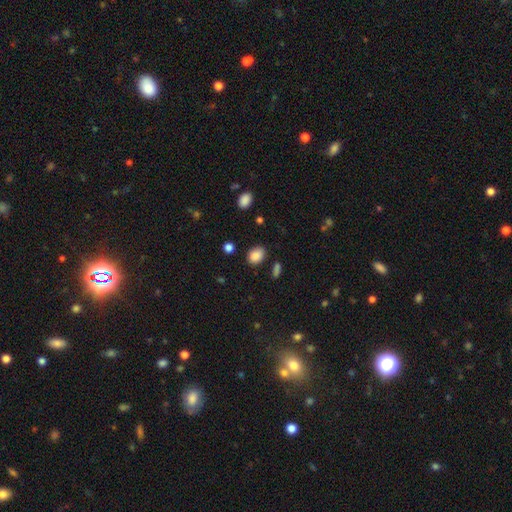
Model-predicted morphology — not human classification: A smooth galaxy with no disk features (87%) that is in between round and cigar-shaped (69%). Merging: none (81%).